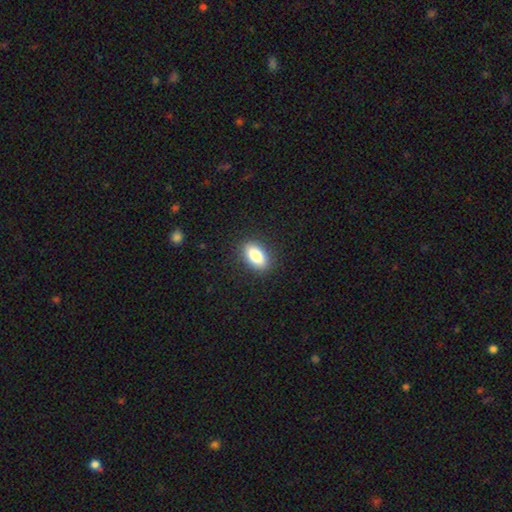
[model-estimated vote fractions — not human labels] Smooth or featured? Predicted: smooth (p=0.83). How rounded? Predicted: in between (p=0.90). Merging? Predicted: none (p=0.89).